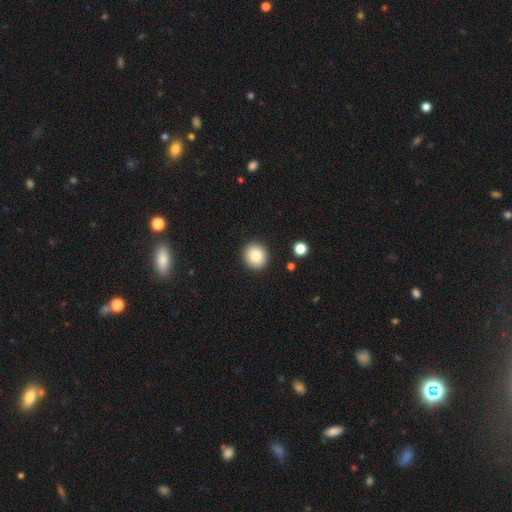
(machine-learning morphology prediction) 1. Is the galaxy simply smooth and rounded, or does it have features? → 84% smooth, 9% star or artifact, 7% featured or disk.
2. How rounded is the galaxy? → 84% round, 15% in between, 1% cigar-shaped.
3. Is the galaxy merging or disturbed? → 90% none, 6% minor disturbance, 2% major disturbance, 2% merger.